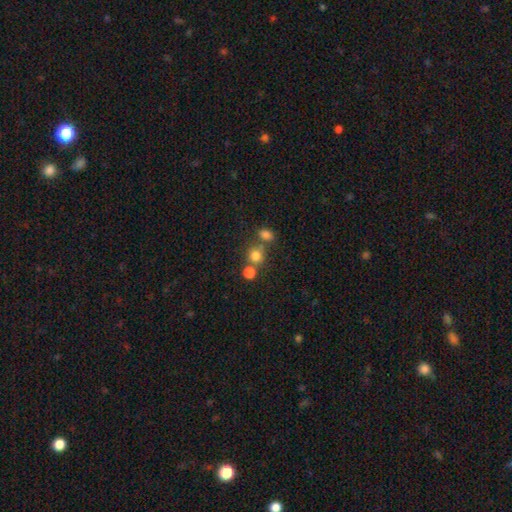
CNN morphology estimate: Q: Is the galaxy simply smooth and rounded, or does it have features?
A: smooth — 76%.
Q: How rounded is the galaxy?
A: round — 83%.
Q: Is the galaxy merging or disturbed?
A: none — 58%.